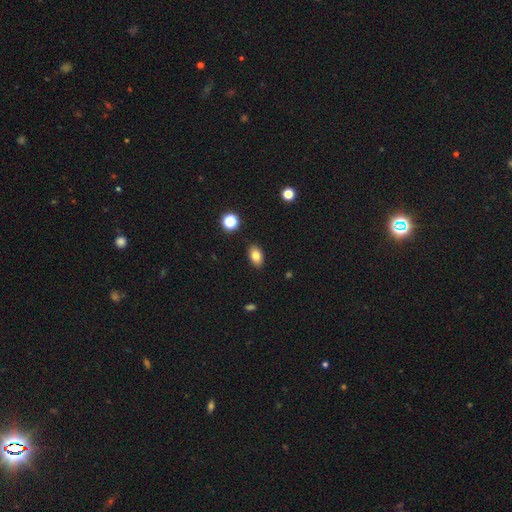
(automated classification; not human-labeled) A smooth galaxy with no disk features (80%) that is in between round and cigar-shaped (87%).

Vote fractions:
- Smooth or featured? smooth: 80% / star or artifact: 10% / featured or disk: 10%
- How rounded? in between: 87% / round: 11% / cigar-shaped: 2%
- Merging? none: 88% / minor disturbance: 8% / major disturbance: 2% / merger: 1%